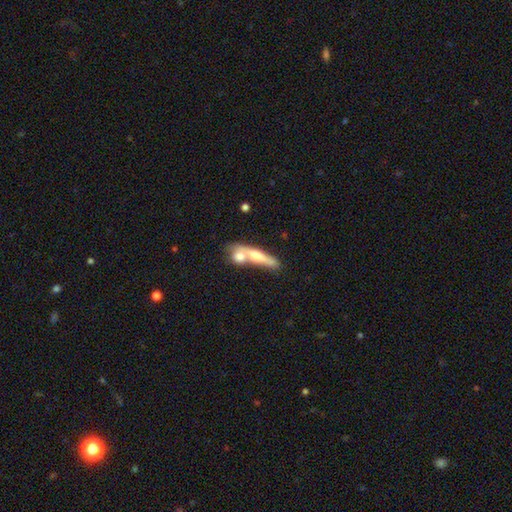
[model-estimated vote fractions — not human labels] smooth_or_featured: smooth (p=0.47) [alt: featured or disk p=0.46]
merging: merger (p=0.46) [alt: none p=0.36]